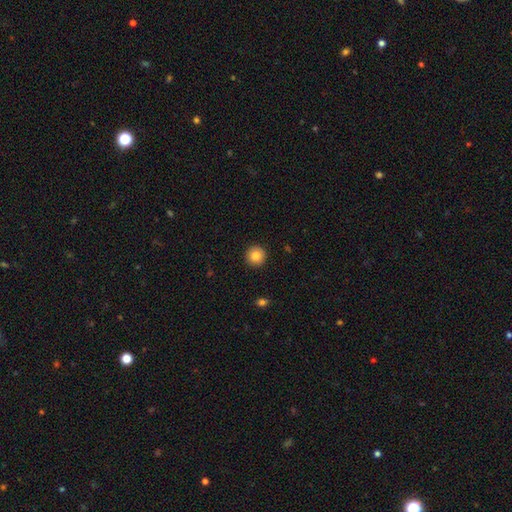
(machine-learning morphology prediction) This appears to be a smooth galaxy with no disk features (85%) that is round (95%). Merging: none (93%).